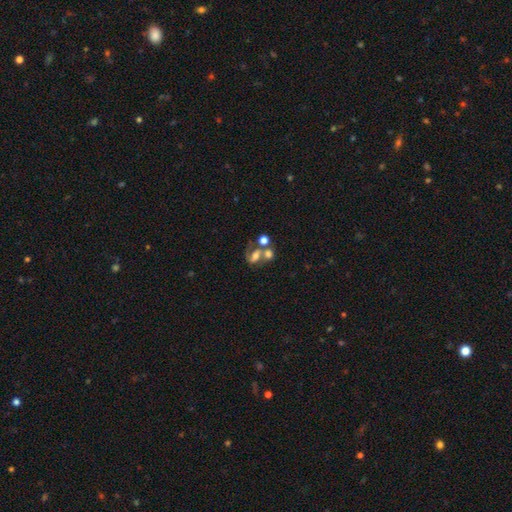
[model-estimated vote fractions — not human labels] Smooth or featured?
  - featured or disk: 46% *
  - smooth: 41%
  - star or artifact: 14%
Merging?
  - merger: 49% *
  - none: 27%
  - major disturbance: 13%
  - minor disturbance: 11%